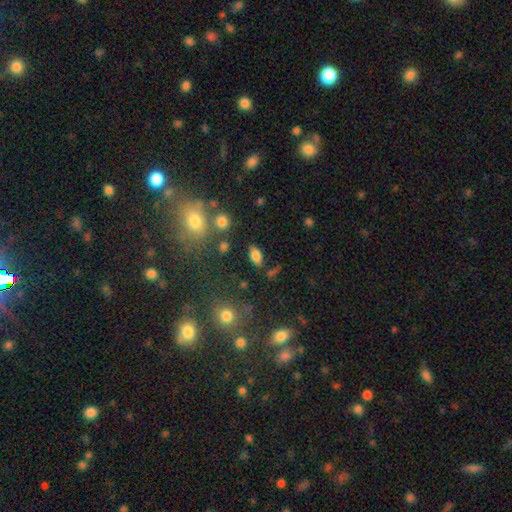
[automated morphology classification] A smooth galaxy with no disk features (77%) that is in between round and cigar-shaped (88%). Merging: none (79%).